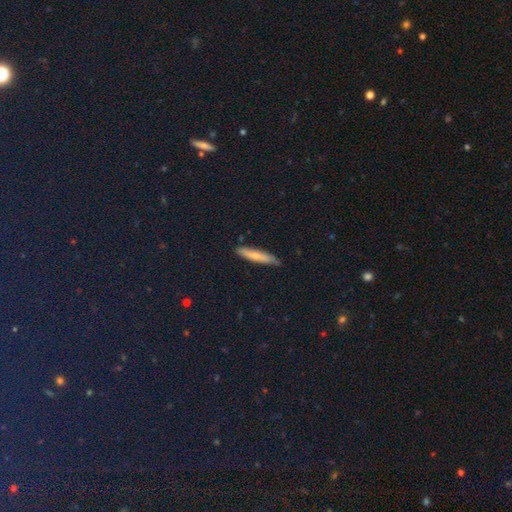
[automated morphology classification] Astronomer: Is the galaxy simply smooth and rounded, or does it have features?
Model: smooth — 66%.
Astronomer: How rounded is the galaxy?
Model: cigar-shaped — 90%.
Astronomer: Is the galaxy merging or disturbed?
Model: none — 84%.